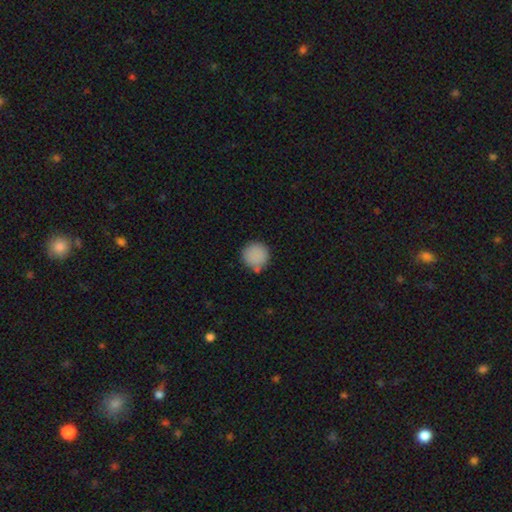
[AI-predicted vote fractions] This is clearly a smooth galaxy (87%). How rounded: clearly round (94%). Merging: likely none (75%).